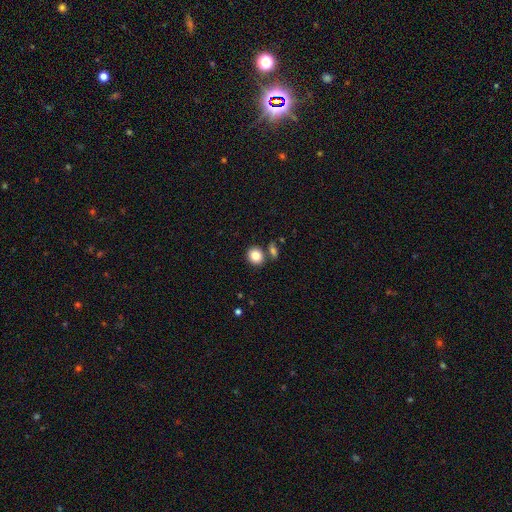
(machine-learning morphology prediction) Q: Smooth or featured?
A: smooth (84%); runner-up: star or artifact (9%)
Q: How rounded?
A: round (76%); runner-up: in between (23%)
Q: Merging?
A: none (74%); runner-up: merger (14%)